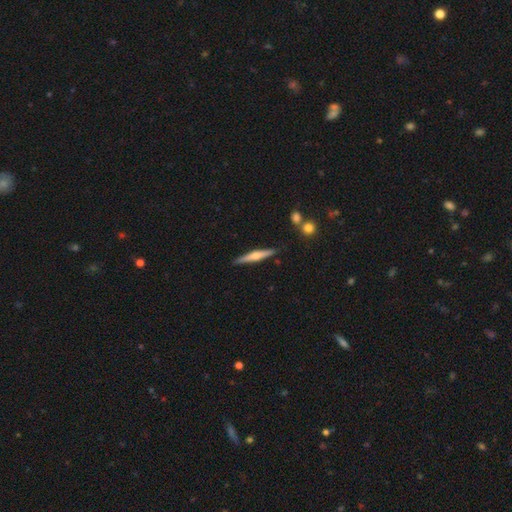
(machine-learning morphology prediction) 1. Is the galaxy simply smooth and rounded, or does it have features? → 61% featured or disk, 33% smooth, 6% star or artifact.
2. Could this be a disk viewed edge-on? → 97% yes, 3% no.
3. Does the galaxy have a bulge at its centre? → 84% rounded, 8% none, 8% boxy.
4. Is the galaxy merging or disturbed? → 87% none, 8% minor disturbance, 3% merger, 2% major disturbance.